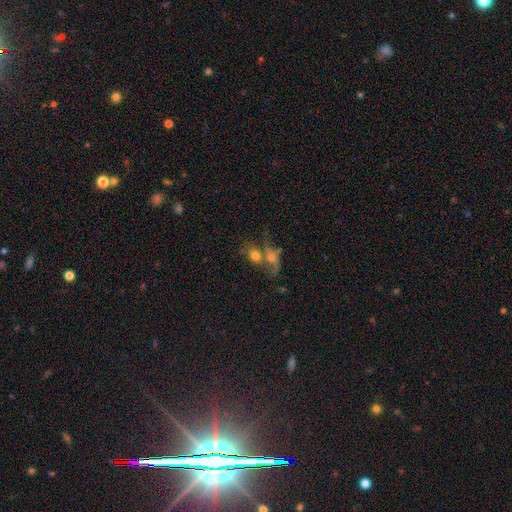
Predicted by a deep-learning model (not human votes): smooth 58%, featured or disk 28%, star or artifact 14%. Down the decision tree: how rounded — in between (56%); merging — merger (54%).